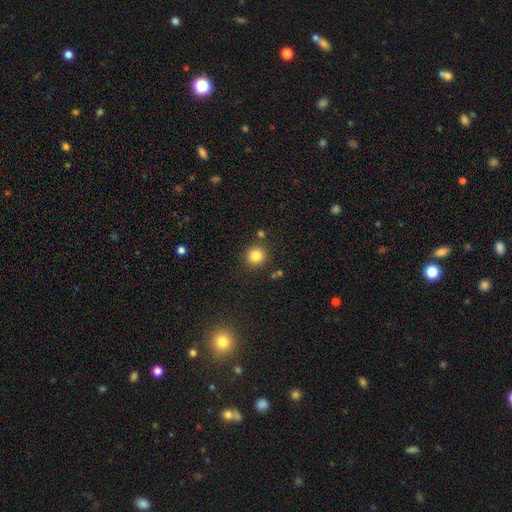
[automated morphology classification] This appears to be a smooth galaxy with no disk features (83%) that is round (92%). Merging: none (86%).